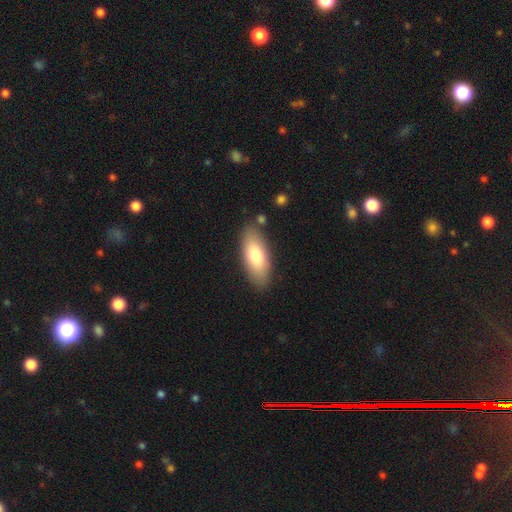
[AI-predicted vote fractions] Q: Smooth or featured?
A: smooth (75%); runner-up: featured or disk (19%)
Q: How rounded?
A: in between (81%); runner-up: cigar-shaped (17%)
Q: Merging?
A: none (83%); runner-up: minor disturbance (11%)